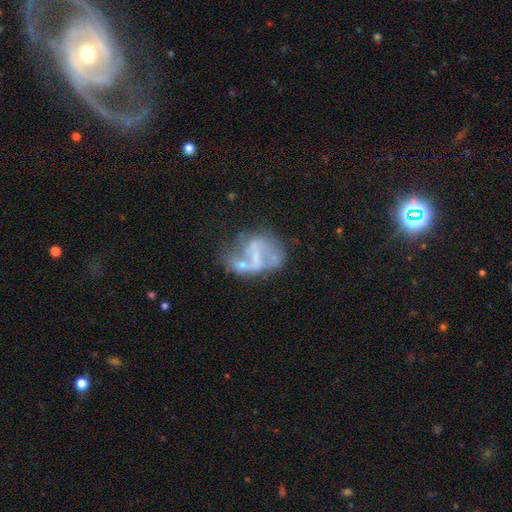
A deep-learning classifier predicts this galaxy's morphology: The model was most divided on "spiral arms": yes: 51%, no: 49%. Remaining: edge-on disk — no (97%); smooth or featured — featured or disk (67%); bulge size — none (46%); bar — no (42%); merging — none (31%).